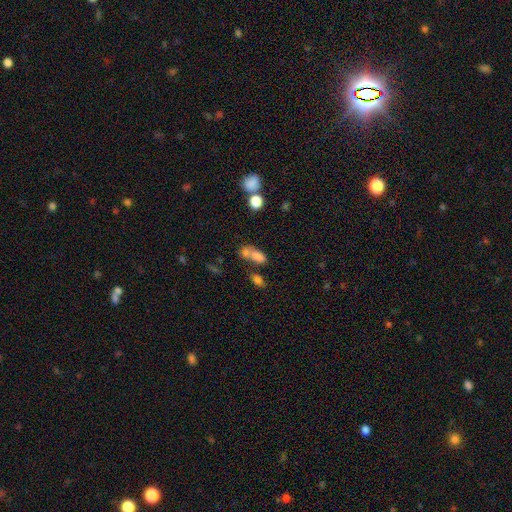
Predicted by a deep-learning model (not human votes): Smooth or featured?
  - smooth: 74% *
  - star or artifact: 13%
  - featured or disk: 12%
How rounded?
  - in between: 79% *
  - round: 16%
  - cigar-shaped: 6%
Merging?
  - merger: 50% *
  - none: 30%
  - minor disturbance: 12%
  - major disturbance: 8%